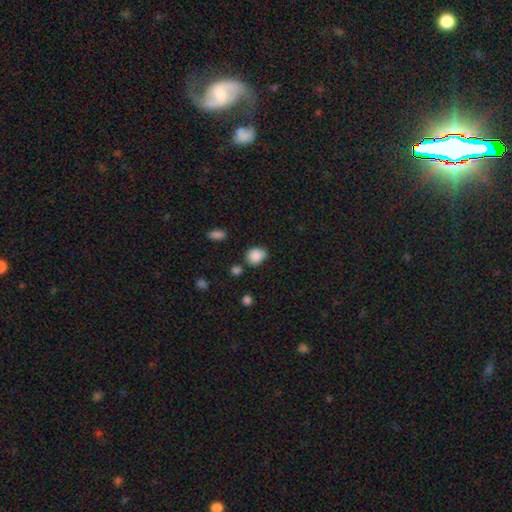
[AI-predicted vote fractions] The model was most divided on "how rounded": round: 54%, in between: 45%, cigar-shaped: 1%. More confident: smooth or featured — smooth (87%); merging — none (67%).